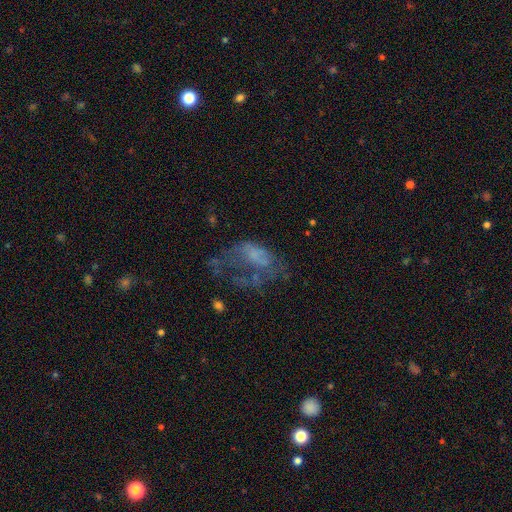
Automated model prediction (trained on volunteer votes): Smooth or featured?
  - featured or disk: 49% *
  - smooth: 34%
  - star or artifact: 17%
Merging?
  - major disturbance: 50% *
  - none: 25%
  - minor disturbance: 17%
  - merger: 9%